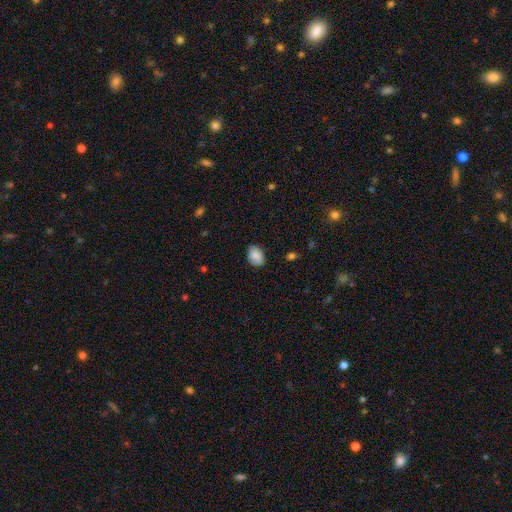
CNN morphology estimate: Smooth or featured: smooth — 80% (featured or disk — 12%)
How rounded: in between — 76% (round — 23%)
Merging: none — 78% (minor disturbance — 18%)